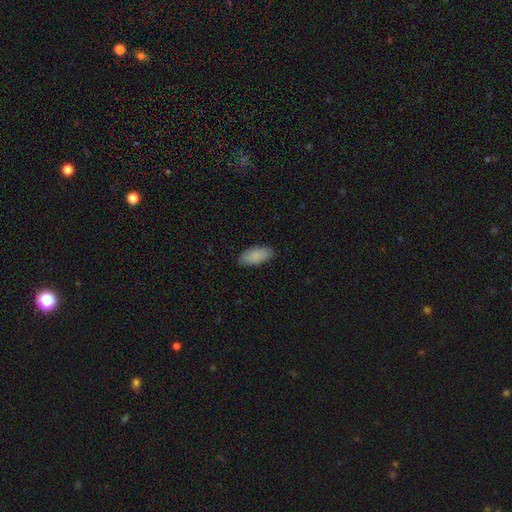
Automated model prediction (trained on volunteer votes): Smooth or featured: smooth — 87% (featured or disk — 7%)
How rounded: in between — 91% (cigar-shaped — 8%)
Merging: none — 85% (minor disturbance — 11%)